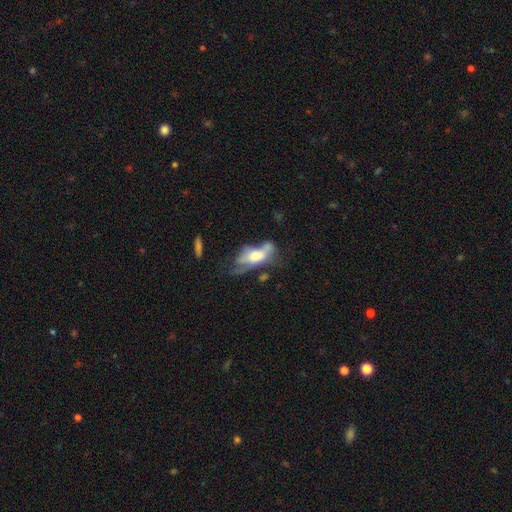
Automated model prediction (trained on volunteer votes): Smooth or featured? Predicted: featured or disk (p=0.47). Merging? Predicted: major disturbance (p=0.39).